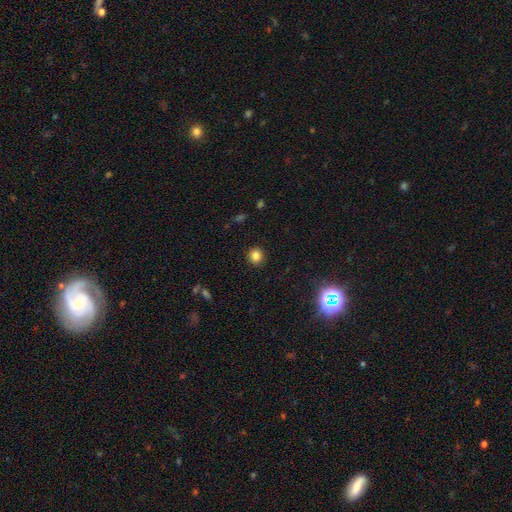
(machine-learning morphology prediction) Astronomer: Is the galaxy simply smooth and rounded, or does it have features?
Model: smooth — 82%.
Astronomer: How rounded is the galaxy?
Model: round — 90%.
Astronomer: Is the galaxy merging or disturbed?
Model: none — 92%.